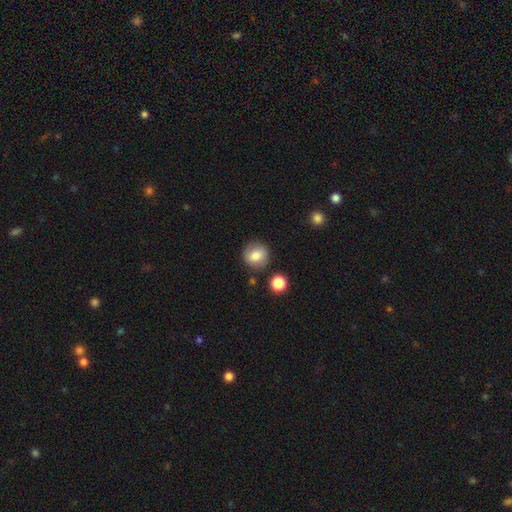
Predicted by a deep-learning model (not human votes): Overall: smooth (81%). How rounded: round (85%). Merging: none (83%).